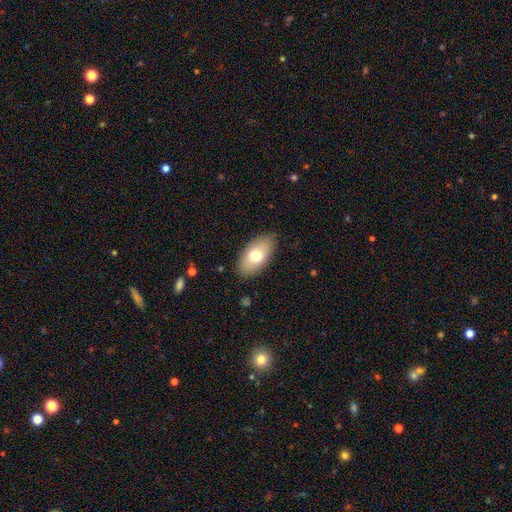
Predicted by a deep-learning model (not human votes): smooth_or_featured: smooth (p=0.72) [alt: featured or disk p=0.21]
how_rounded: in between (p=0.93) [alt: round p=0.04]
merging: none (p=0.84) [alt: minor disturbance p=0.12]